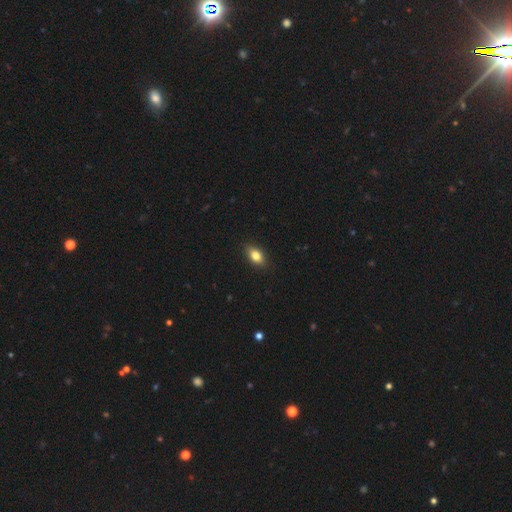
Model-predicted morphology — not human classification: smooth 78%, featured or disk 14%, star or artifact 8%. Down the decision tree: how rounded — in between (84%); merging — none (88%).